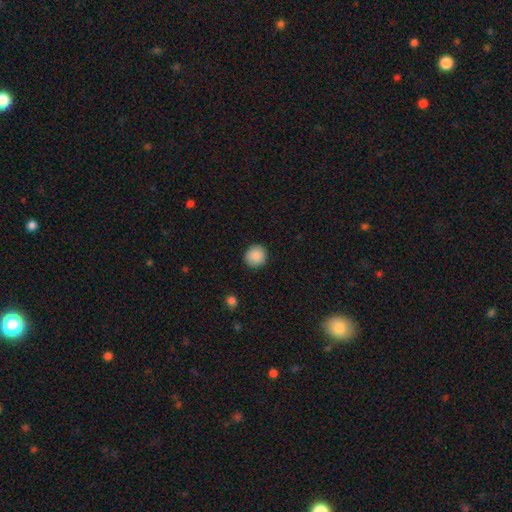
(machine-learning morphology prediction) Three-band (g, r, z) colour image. It shows a smooth galaxy with no disk features (89%) that is round (93%). Merging: none (91%).